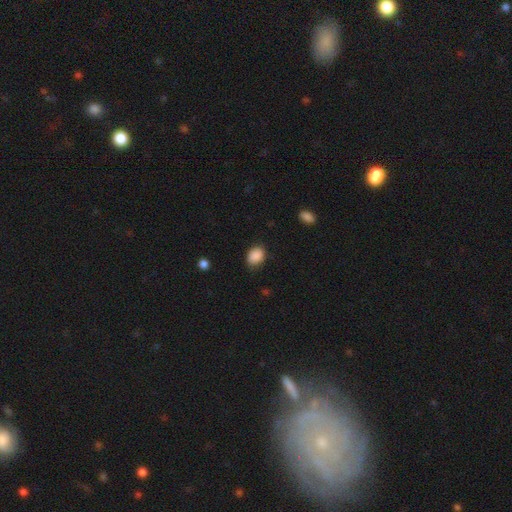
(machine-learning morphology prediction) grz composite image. It shows a smooth galaxy with no disk features (89%) that is in between round and cigar-shaped (65%). Merging: none (80%).